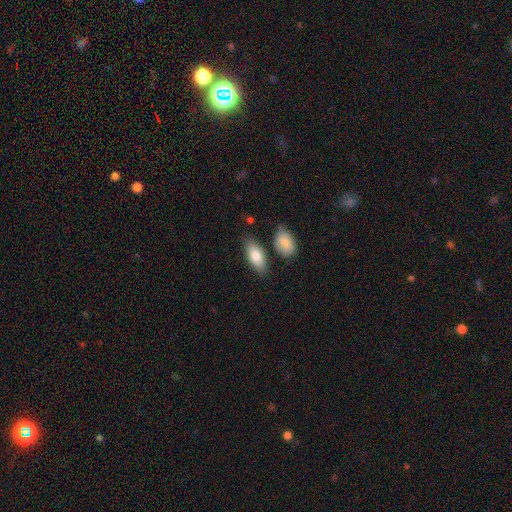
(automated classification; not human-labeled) This appears to be a smooth galaxy with no disk features (82%) that is in between round and cigar-shaped (86%). Merging: none (74%).